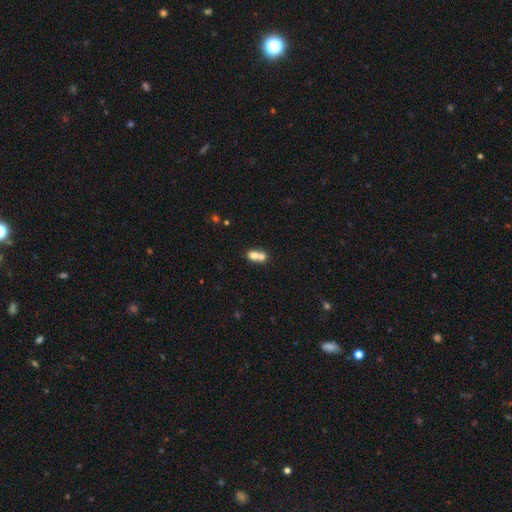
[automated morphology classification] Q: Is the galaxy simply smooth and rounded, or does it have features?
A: smooth — 70%.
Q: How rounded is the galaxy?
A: in between — 49%, tied with round.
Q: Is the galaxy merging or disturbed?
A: merger — 70%.